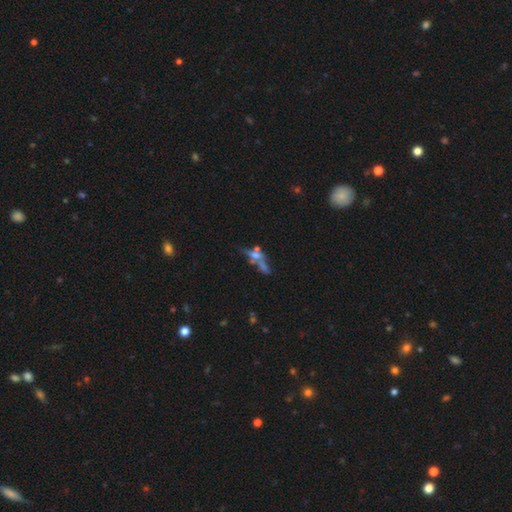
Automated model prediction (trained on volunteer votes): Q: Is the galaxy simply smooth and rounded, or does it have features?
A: featured or disk — 48%.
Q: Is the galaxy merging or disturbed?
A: none — 38%.